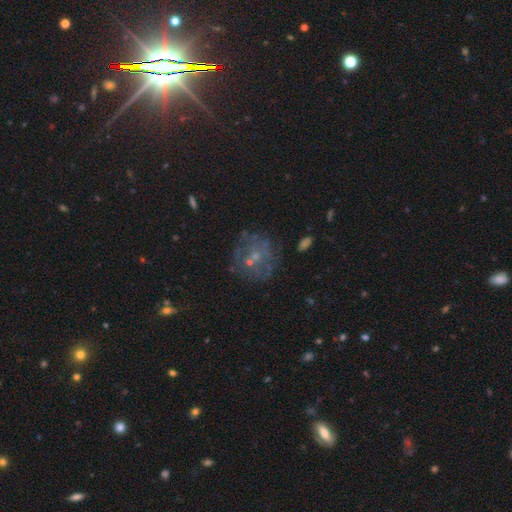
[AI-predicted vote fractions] smooth-or-featured: featured or disk: 42% | star or artifact: 33% | smooth: 25%
  merging: none: 71% | minor disturbance: 15% | major disturbance: 10% | merger: 4%